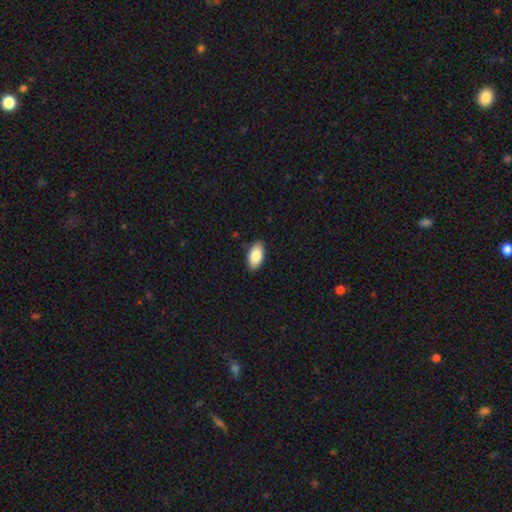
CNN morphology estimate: smooth-or-featured: smooth: 85% | featured or disk: 9% | star or artifact: 6%
  how-rounded: in between: 94% | cigar-shaped: 3% | round: 3%
  merging: none: 87% | minor disturbance: 10% | major disturbance: 2% | merger: 1%